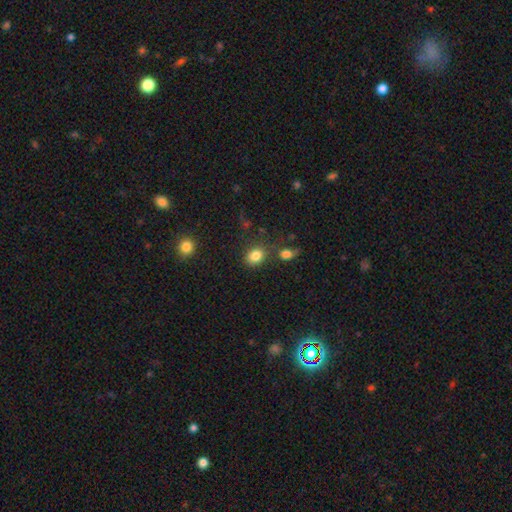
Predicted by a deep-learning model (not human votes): A smooth galaxy with no disk features (84%) that is in between round and cigar-shaped (65%). Merging: none (73%).